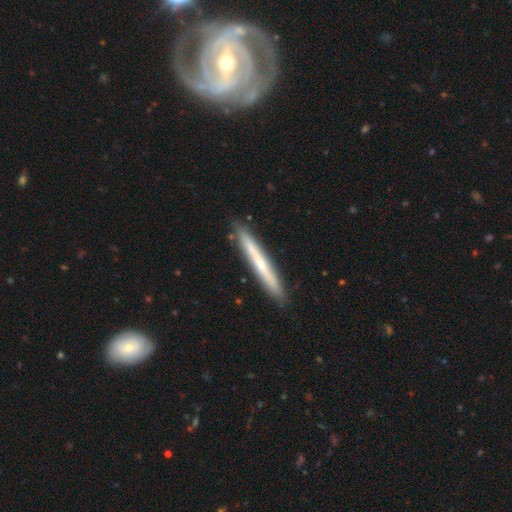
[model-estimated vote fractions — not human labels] A smooth galaxy with no disk features (51%) that is cigar-shaped (97%). Merging: none (90%).